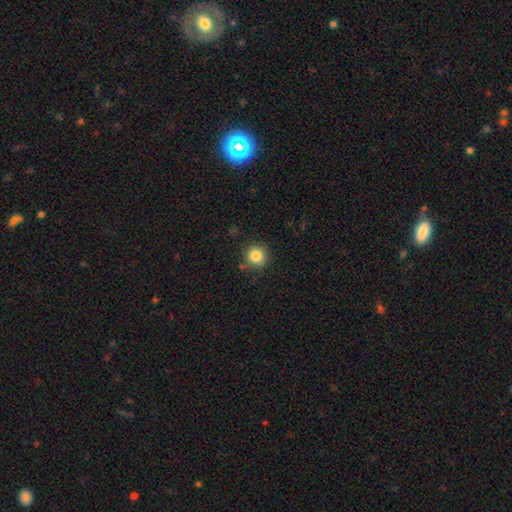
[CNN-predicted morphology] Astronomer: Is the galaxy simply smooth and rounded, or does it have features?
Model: smooth — 84%.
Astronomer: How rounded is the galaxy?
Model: round — 93%.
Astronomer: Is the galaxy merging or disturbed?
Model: none — 82%.